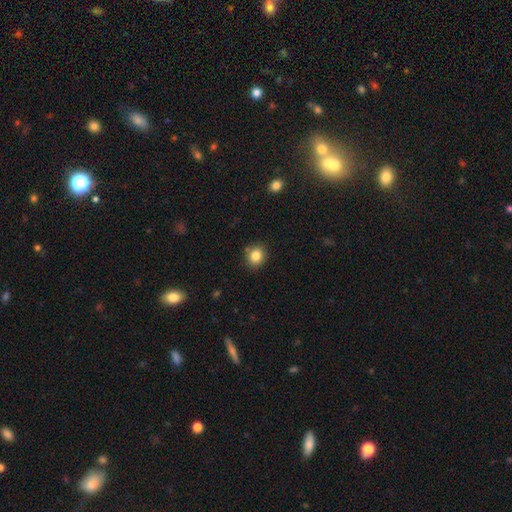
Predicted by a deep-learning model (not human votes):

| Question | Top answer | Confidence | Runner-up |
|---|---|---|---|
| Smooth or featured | smooth | 84% | star or artifact (10%) |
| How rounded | round | 79% | in between (20%) |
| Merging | none | 86% | minor disturbance (9%) |